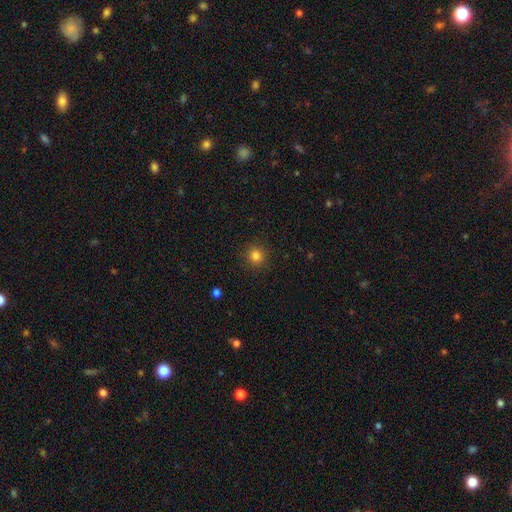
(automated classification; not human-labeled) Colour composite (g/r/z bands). It shows a smooth galaxy with no disk features (83%) that is round (93%). Merging: none (91%).